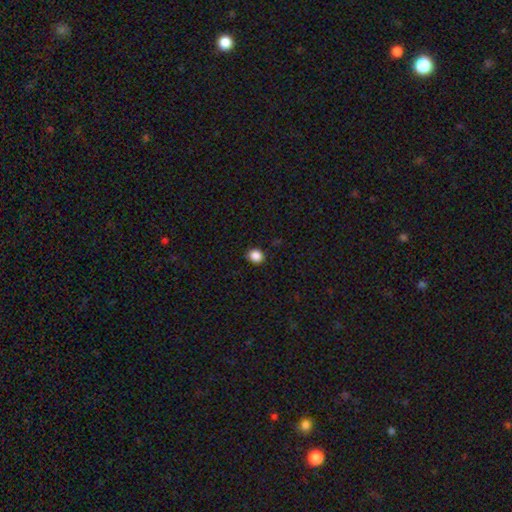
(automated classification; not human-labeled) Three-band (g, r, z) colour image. It shows a smooth galaxy with no disk features (87%) that is round (79%). Merging: none (89%).